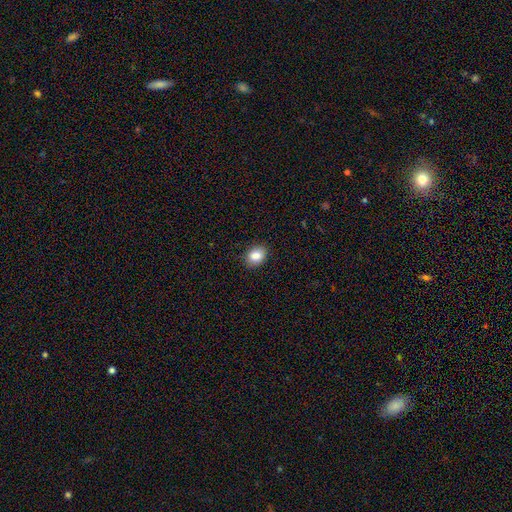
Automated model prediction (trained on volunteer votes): This appears to be a smooth galaxy with no disk features (87%) that is in between round and cigar-shaped (62%). Merging: none (88%).